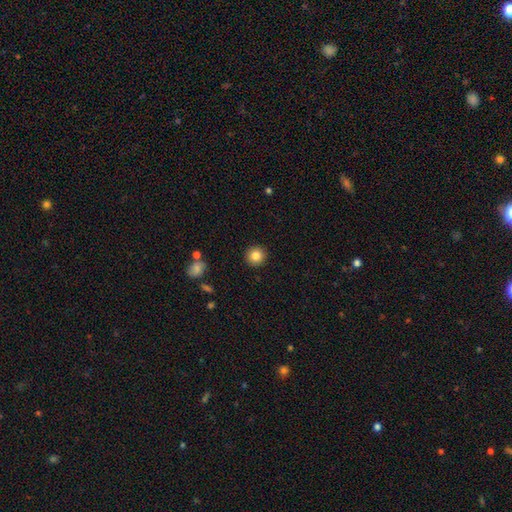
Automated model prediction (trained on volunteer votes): This is clearly a smooth galaxy (84%). How rounded: clearly round (94%). Merging: clearly none (92%).